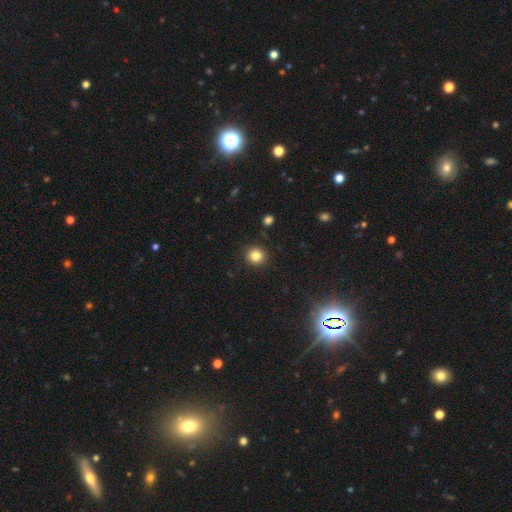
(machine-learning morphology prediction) smooth-or-featured: smooth: 82% | star or artifact: 12% | featured or disk: 6%
  how-rounded: round: 91% | in between: 8% | cigar-shaped: 1%
  merging: none: 91% | minor disturbance: 6% | major disturbance: 2% | merger: 1%